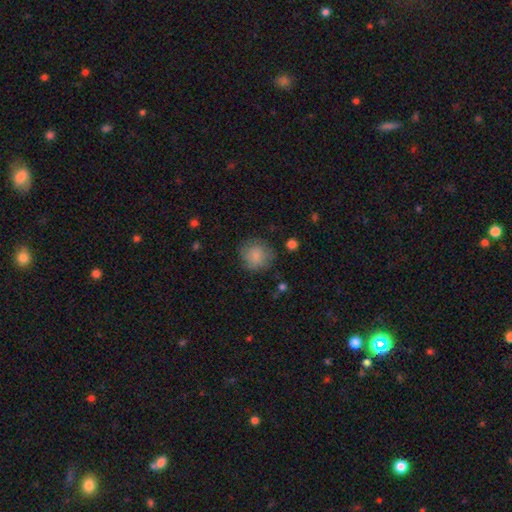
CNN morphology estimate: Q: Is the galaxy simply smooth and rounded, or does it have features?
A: smooth — 82%.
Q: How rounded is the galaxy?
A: round — 88%.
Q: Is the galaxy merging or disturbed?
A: none — 78%.